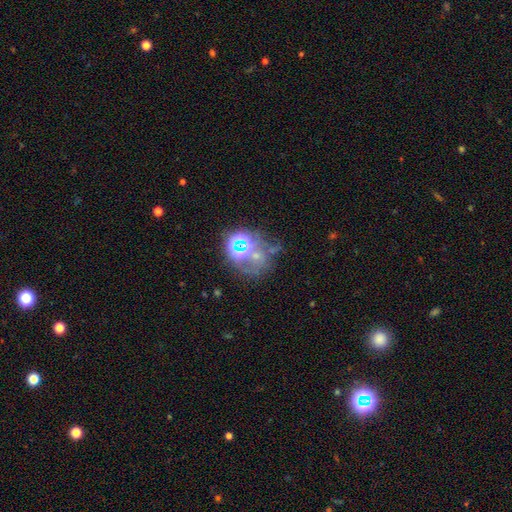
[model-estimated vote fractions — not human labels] A star or artifact, not a galaxy (44%).

Vote fractions:
- Smooth or featured? star or artifact: 44% / smooth: 32% / featured or disk: 24%